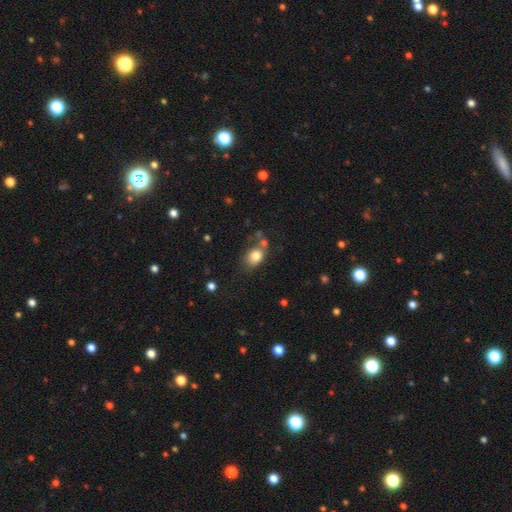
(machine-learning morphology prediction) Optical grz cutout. It shows a smooth galaxy with no disk features (80%) that is in between round and cigar-shaped (63%). Merging: none (54%).